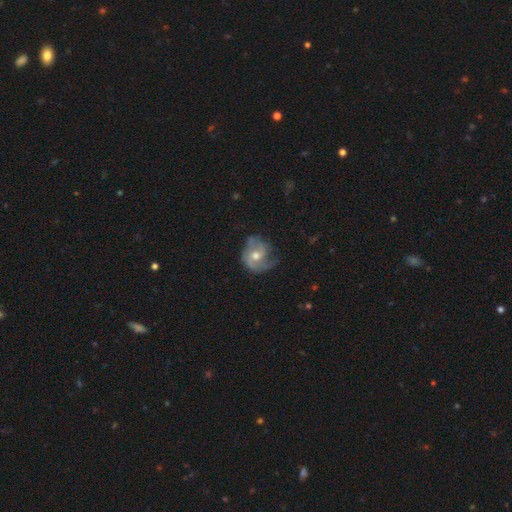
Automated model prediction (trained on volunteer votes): A featured or disk galaxy (66%) with no bar (67%), 2 (42%) medium (41%) spiral arms (82%) and a moderate central bulge (70%). Merging: none (47%).